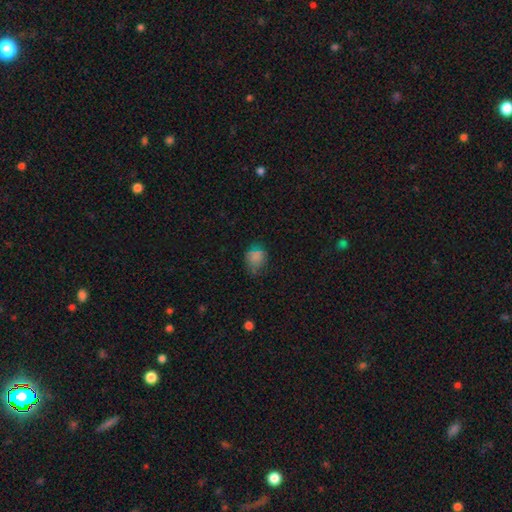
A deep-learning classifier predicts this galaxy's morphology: This appears to be a smooth galaxy with no disk features (76%) that is round (59%). Merging: none (59%).